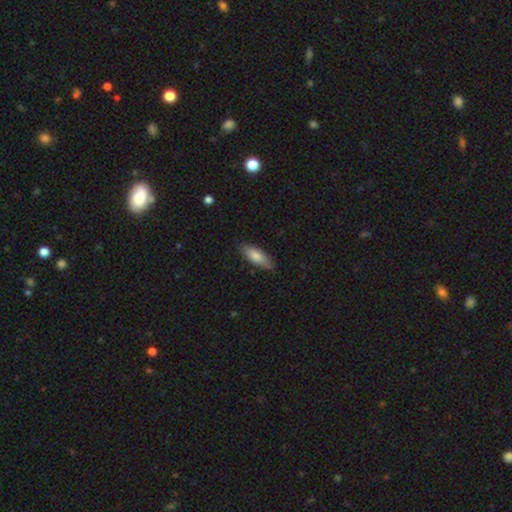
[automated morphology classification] smooth_or_featured: smooth (p=0.79) [alt: featured or disk p=0.15]
how_rounded: in between (p=0.65) [alt: cigar-shaped p=0.33]
merging: none (p=0.83) [alt: minor disturbance p=0.13]